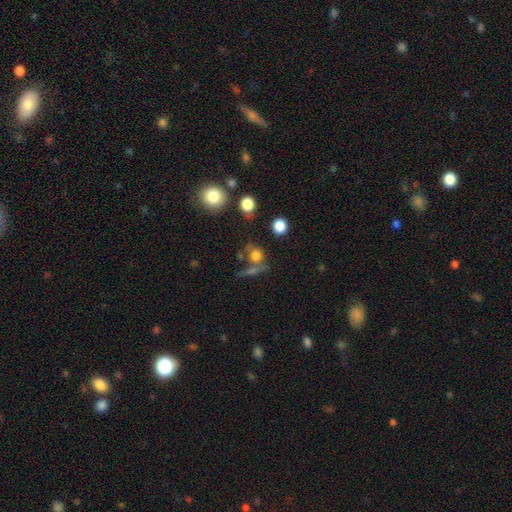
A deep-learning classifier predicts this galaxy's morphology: type=smooth (70%); roundness=round (83%); merging=none (59%).